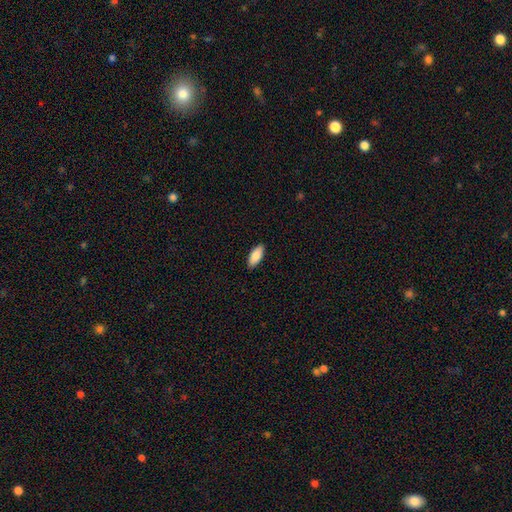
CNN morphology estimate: Q: Smooth or featured?
A: smooth (87%); runner-up: featured or disk (7%)
Q: How rounded?
A: in between (85%); runner-up: cigar-shaped (13%)
Q: Merging?
A: none (89%); runner-up: minor disturbance (8%)